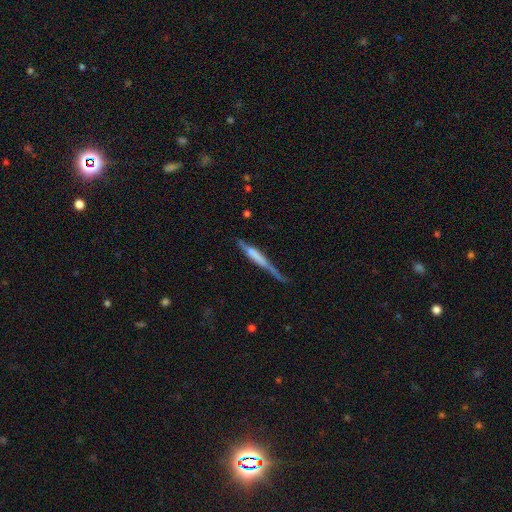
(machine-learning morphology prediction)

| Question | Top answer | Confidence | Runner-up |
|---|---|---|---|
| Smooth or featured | featured or disk | 49% | smooth (44%) |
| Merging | none | 49% | minor disturbance (30%) |